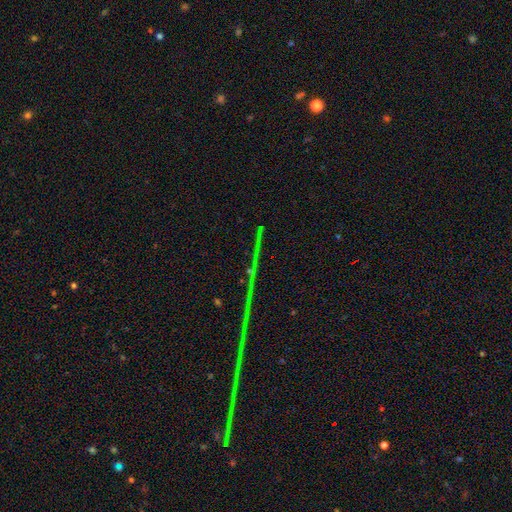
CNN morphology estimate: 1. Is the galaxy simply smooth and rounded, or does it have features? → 84% star or artifact, 9% featured or disk, 7% smooth.